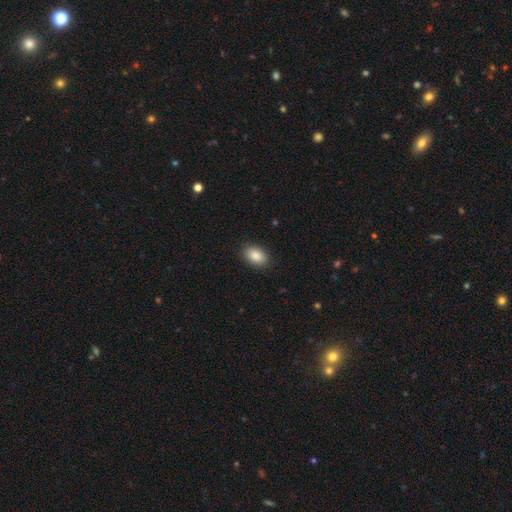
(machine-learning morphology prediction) smooth 88%, star or artifact 7%, featured or disk 5%. Down the decision tree: how rounded — in between (84%); merging — none (89%).